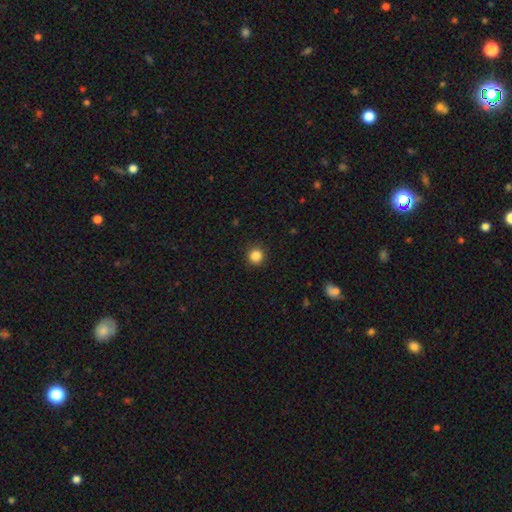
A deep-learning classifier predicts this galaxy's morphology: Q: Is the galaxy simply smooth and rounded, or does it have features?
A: smooth — 85%.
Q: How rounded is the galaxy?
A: round — 94%.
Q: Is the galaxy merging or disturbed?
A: none — 91%.